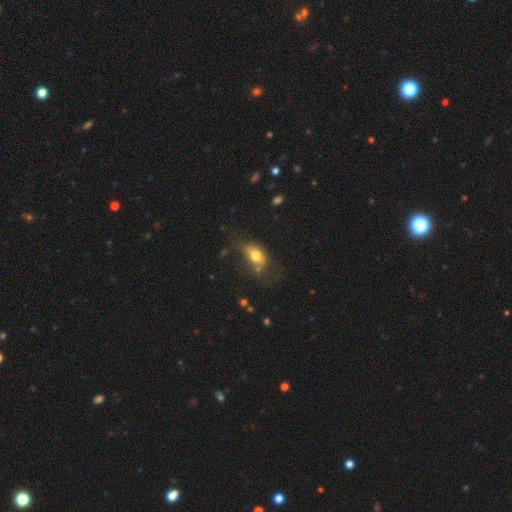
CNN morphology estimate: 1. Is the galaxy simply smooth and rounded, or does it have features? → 72% smooth, 18% featured or disk, 9% star or artifact.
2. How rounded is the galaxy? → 85% in between, 12% round, 3% cigar-shaped.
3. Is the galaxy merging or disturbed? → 44% none, 29% minor disturbance, 19% major disturbance, 8% merger.